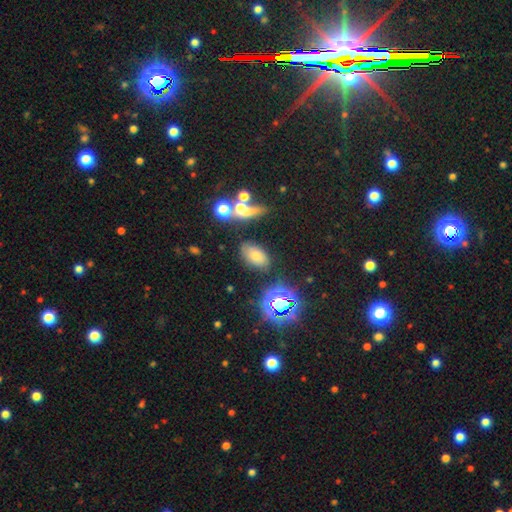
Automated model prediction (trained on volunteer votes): Smooth or featured? smooth (51%)
How rounded? in between (79%)
Merging? none (77%)